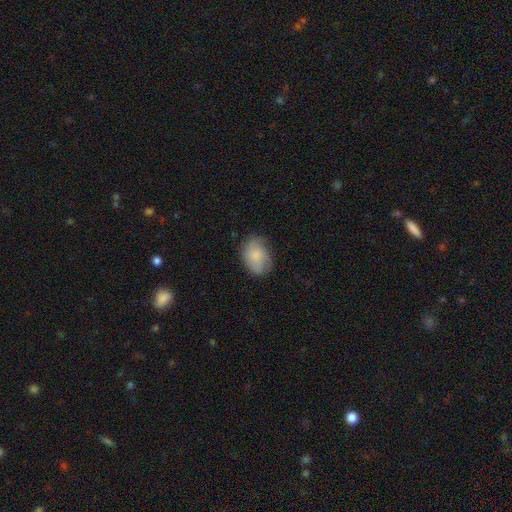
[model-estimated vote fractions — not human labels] Q: Smooth or featured?
A: smooth (77%); runner-up: featured or disk (16%)
Q: How rounded?
A: in between (75%); runner-up: round (24%)
Q: Merging?
A: none (66%); runner-up: minor disturbance (26%)